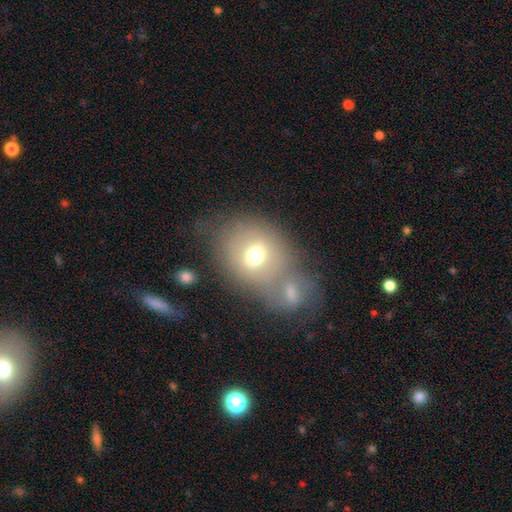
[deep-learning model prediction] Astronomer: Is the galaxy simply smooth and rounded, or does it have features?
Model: smooth — 60%.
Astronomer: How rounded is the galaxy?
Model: in between — 50% (runner-up: round, 48%).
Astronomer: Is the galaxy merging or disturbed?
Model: merger — 44% (runner-up: none, 32%).